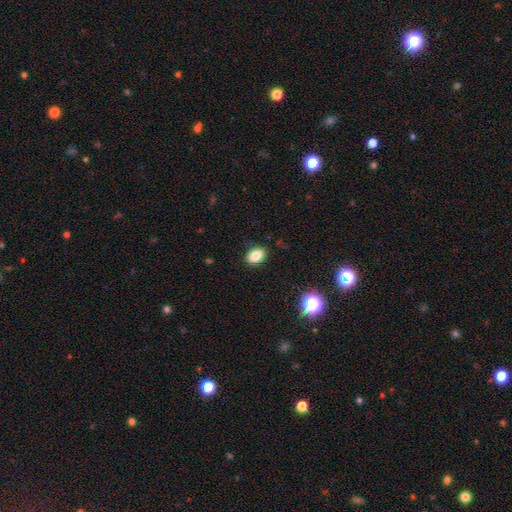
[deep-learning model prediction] A smooth galaxy with no disk features (84%) that is in between round and cigar-shaped (85%).

Vote fractions:
- Smooth or featured? smooth: 84% / star or artifact: 10% / featured or disk: 6%
- How rounded? in between: 85% / round: 14% / cigar-shaped: 1%
- Merging? none: 88% / minor disturbance: 9% / major disturbance: 2% / merger: 1%